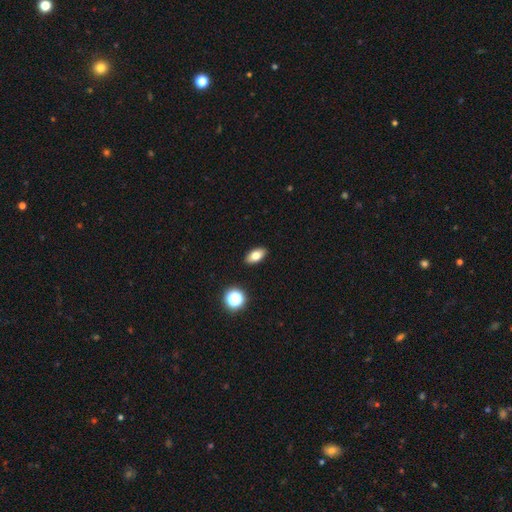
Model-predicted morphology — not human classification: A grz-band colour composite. It shows a smooth galaxy with no disk features (75%) that is in between round and cigar-shaped (88%). Merging: none (90%).